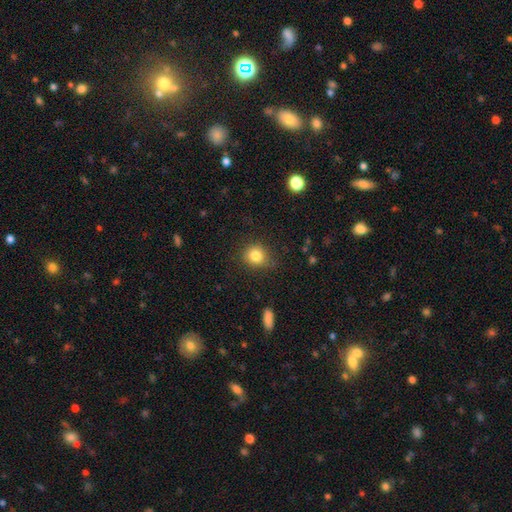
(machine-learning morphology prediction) A smooth galaxy with no disk features (83%) that is round (79%). Merging: none (79%).